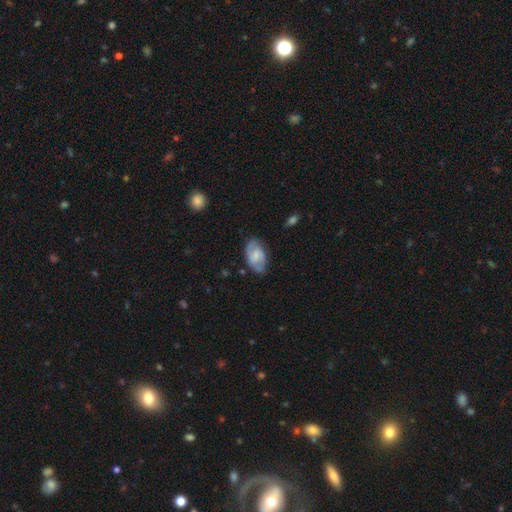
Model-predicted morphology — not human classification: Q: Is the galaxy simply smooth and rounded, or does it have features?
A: featured or disk — 66%.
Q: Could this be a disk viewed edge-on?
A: no — 96%.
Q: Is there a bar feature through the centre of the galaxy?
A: no — 45%, tied with weak.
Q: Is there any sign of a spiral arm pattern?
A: yes — 90%.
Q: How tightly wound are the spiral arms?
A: medium — 48%.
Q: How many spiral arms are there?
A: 2 — 83%.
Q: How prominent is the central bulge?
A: small — 50%.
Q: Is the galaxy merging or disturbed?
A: none — 76%.